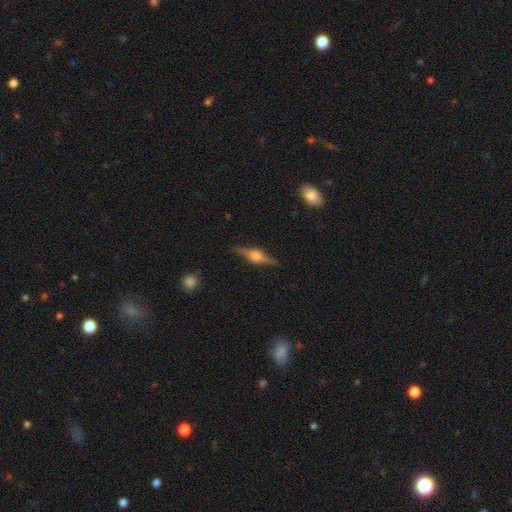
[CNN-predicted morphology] A featured or disk galaxy (78%) viewed edge-on (97%) with a rounded central bulge (91%). Merging: none (87%).